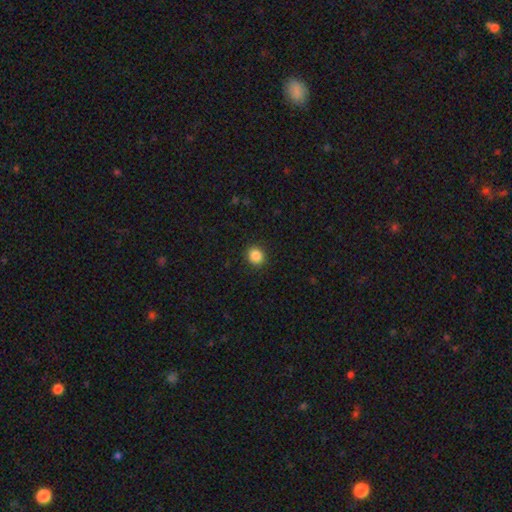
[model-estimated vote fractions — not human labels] A smooth galaxy with no disk features (87%) that is round (80%).

Vote fractions:
- Smooth or featured? smooth: 87% / star or artifact: 10% / featured or disk: 3%
- How rounded? round: 80% / in between: 20% / cigar-shaped: 1%
- Merging? none: 91% / minor disturbance: 6% / major disturbance: 2% / merger: 1%